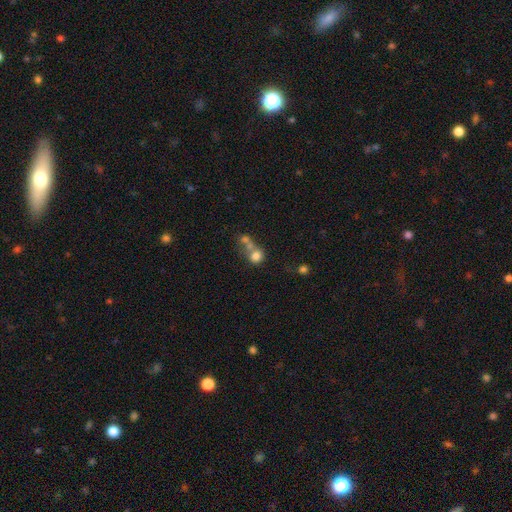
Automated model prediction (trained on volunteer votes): Morphology: type=smooth (73%); roundness=round (84%); merging=merger (53%).